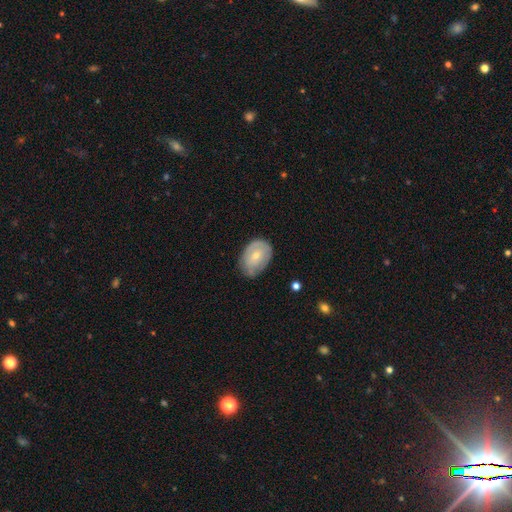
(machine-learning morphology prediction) A smooth galaxy with no disk features (52%) that is in between round and cigar-shaped (77%). Merging: none (61%).